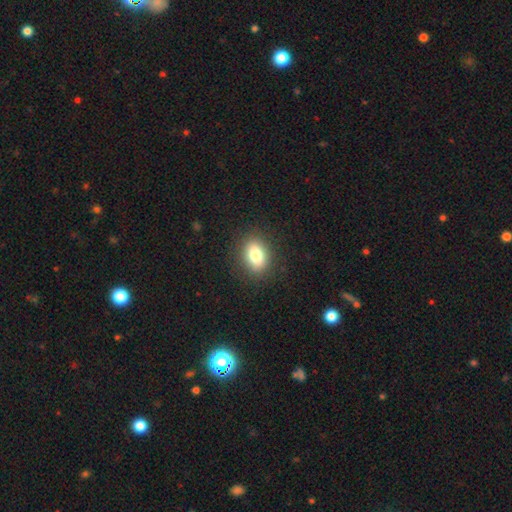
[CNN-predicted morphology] This appears to be a smooth galaxy with no disk features (78%) that is in between round and cigar-shaped (71%). Merging: none (88%).